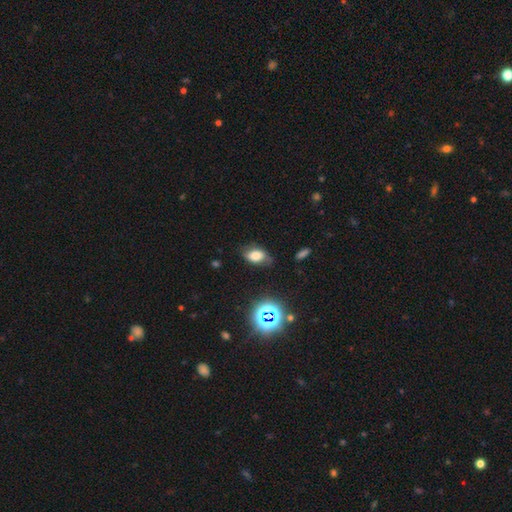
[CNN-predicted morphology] The model was most divided on "merging": none: 66%, minor disturbance: 24%, major disturbance: 8%, merger: 2%. More confident: how rounded — in between (87%); smooth or featured — smooth (66%).